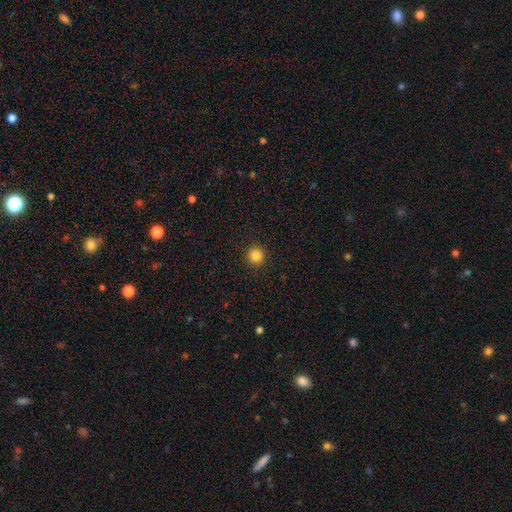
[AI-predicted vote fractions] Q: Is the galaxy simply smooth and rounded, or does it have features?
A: smooth — 84%.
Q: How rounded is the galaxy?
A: round — 95%.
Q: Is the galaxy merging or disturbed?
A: none — 93%.